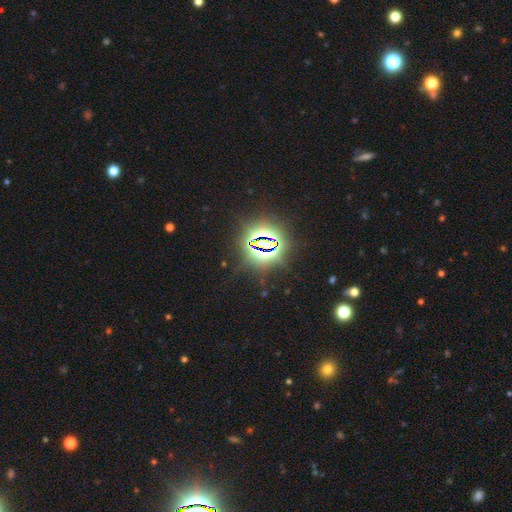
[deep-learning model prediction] The model was most divided on "smooth or featured": star or artifact: 82%, smooth: 10%, featured or disk: 8%.